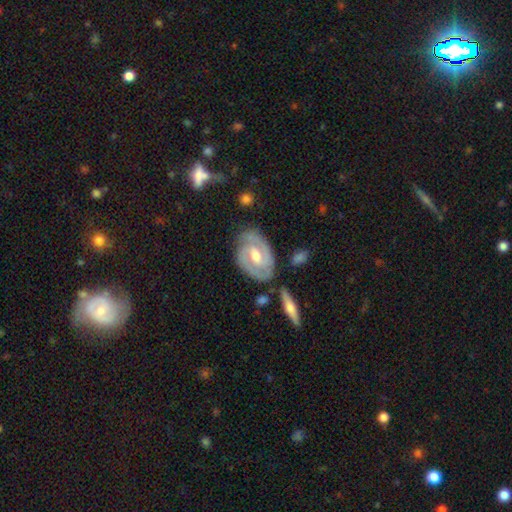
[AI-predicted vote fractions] Smooth or featured?
  - featured or disk: 85% *
  - smooth: 11%
  - star or artifact: 4%
Edge-on disk?
  - no: 95% *
  - yes: 5%
Bar?
  - weak: 52% *
  - no: 29%
  - strong: 19%
Spiral arms?
  - yes: 95% *
  - no: 5%
Spiral winding?
  - tight: 60% *
  - medium: 34%
  - loose: 7%
Spiral arm count?
  - 2: 80% *
  - can't tell: 9%
  - 3: 6%
  - 1: 2%
  - 4: 2%
  - more than 4: 1%
Bulge size?
  - moderate: 69% *
  - small: 24%
  - large: 5%
  - none: 1%
  - dominant: 1%
Merging?
  - none: 75% *
  - minor disturbance: 17%
  - major disturbance: 4%
  - merger: 4%